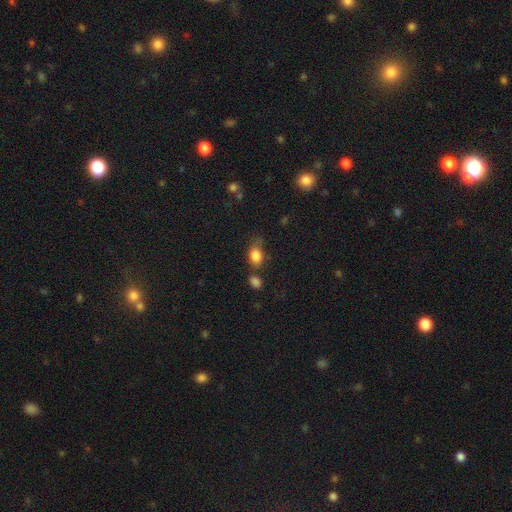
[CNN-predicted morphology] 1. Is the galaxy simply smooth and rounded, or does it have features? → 84% smooth, 9% star or artifact, 7% featured or disk.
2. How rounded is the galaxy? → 78% in between, 20% round, 2% cigar-shaped.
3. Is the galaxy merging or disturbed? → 51% none, 27% minor disturbance, 12% merger, 10% major disturbance.